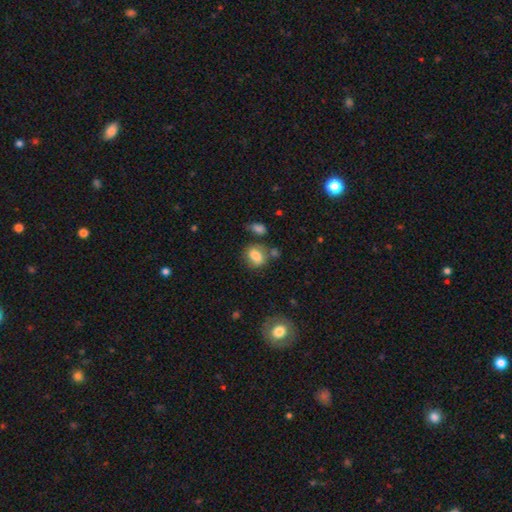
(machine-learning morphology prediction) Smooth or featured: smooth — 77% (featured or disk — 14%)
How rounded: in between — 63% (round — 36%)
Merging: none — 57% (minor disturbance — 21%)